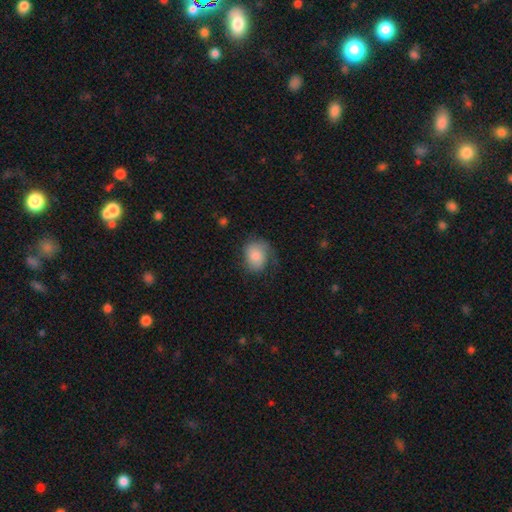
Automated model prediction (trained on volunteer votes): Smooth or featured? Predicted: smooth (p=0.74). How rounded? Predicted: round (p=0.50). Merging? Predicted: none (p=0.52).